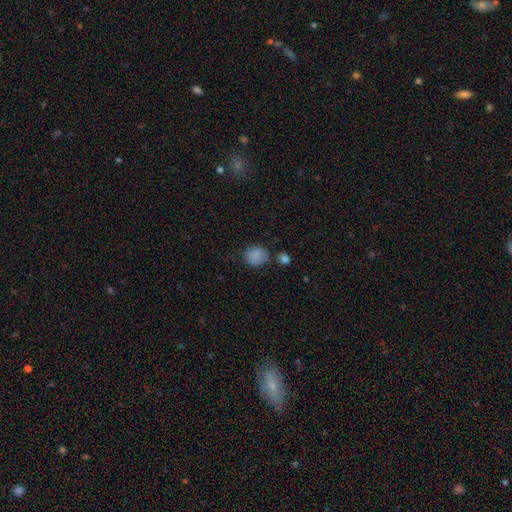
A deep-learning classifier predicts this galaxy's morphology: Q: Smooth or featured?
A: smooth (83%); runner-up: star or artifact (11%)
Q: How rounded?
A: round (68%); runner-up: in between (31%)
Q: Merging?
A: none (65%); runner-up: minor disturbance (21%)